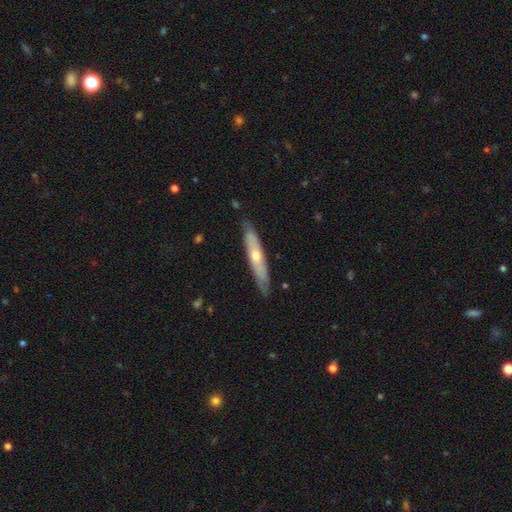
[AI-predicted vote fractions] A featured or disk galaxy (51%) viewed edge-on (75%).

Vote fractions:
- Smooth or featured? featured or disk: 51% / smooth: 44% / star or artifact: 6%
- Edge-on disk? yes: 75% / no: 25%
- Merging? none: 83% / minor disturbance: 14% / major disturbance: 2% / merger: 1%